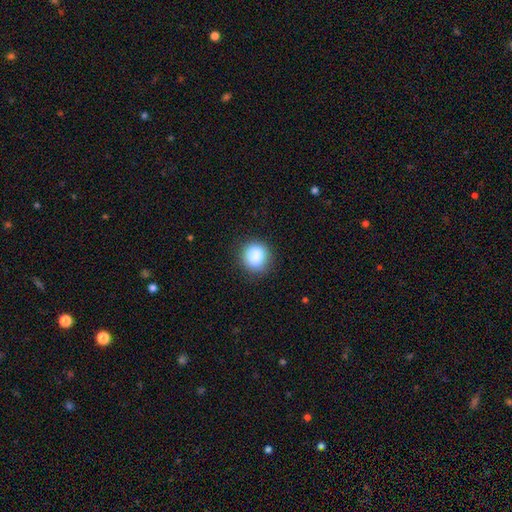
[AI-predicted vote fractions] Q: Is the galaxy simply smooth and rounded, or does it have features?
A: smooth — 84%.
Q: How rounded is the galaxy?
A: round — 79%.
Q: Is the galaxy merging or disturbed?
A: none — 81%.